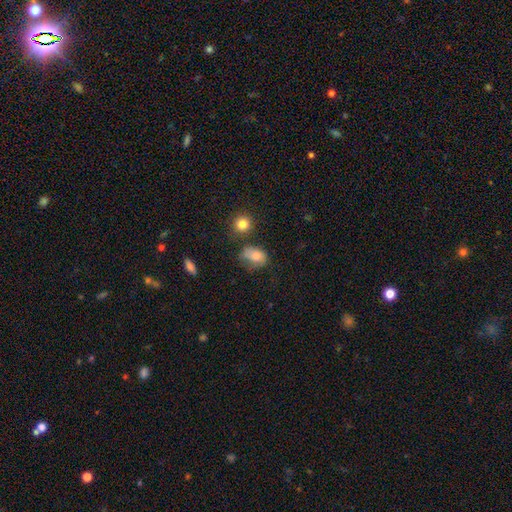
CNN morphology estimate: Smooth or featured? smooth (76%)
How rounded? in between (67%)
Merging? none (40%)